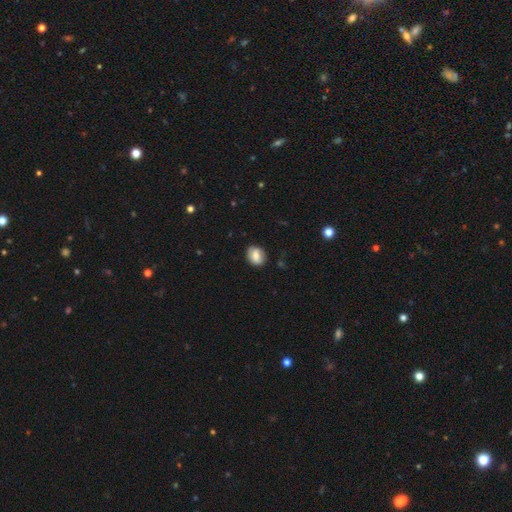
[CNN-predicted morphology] A smooth galaxy with no disk features (71%) that is round (55%). Merging: none (83%).